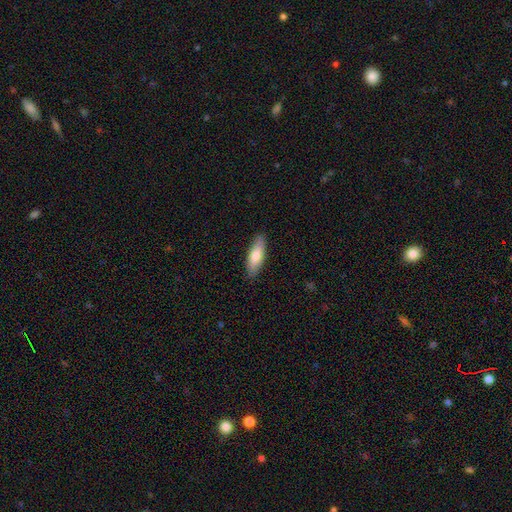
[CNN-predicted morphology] Smooth or featured?
  - smooth: 76% *
  - featured or disk: 19%
  - star or artifact: 6%
How rounded?
  - in between: 54% *
  - cigar-shaped: 44%
  - round: 2%
Merging?
  - none: 88% *
  - minor disturbance: 9%
  - major disturbance: 2%
  - merger: 1%